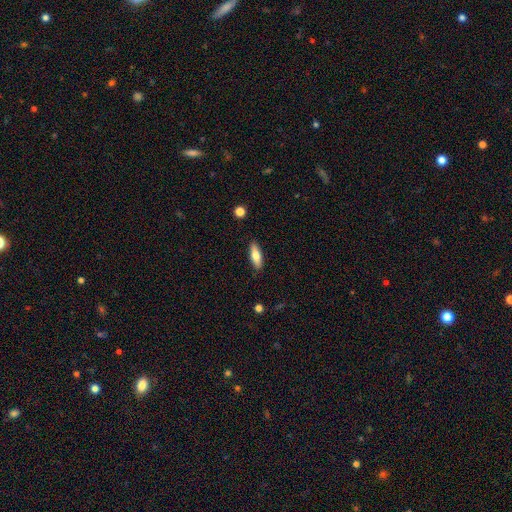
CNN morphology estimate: type=smooth (72%); roundness=in between (58%); merging=none (88%).